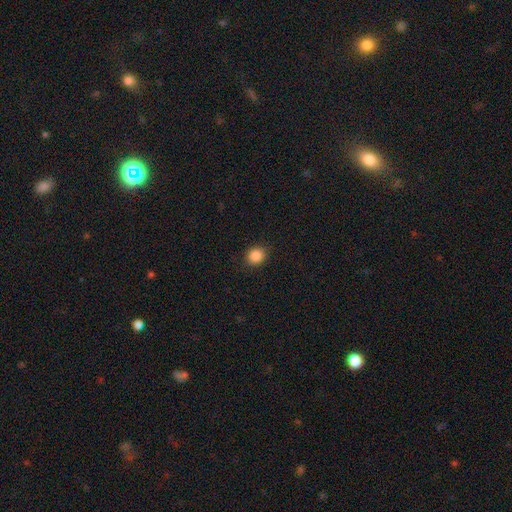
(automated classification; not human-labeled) smooth 87%, star or artifact 10%, featured or disk 3%. Down the decision tree: how rounded — round (79%); merging — none (89%).